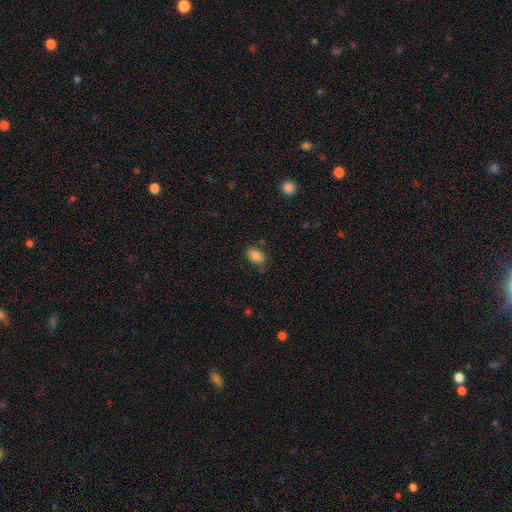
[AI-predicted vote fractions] Q: Smooth or featured?
A: smooth (84%); runner-up: star or artifact (9%)
Q: How rounded?
A: in between (86%); runner-up: round (13%)
Q: Merging?
A: none (75%); runner-up: minor disturbance (18%)